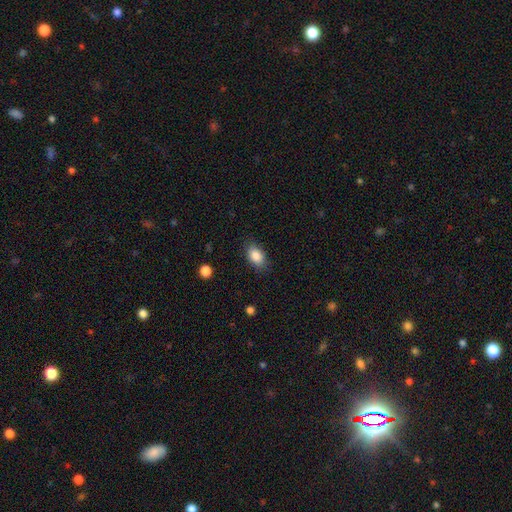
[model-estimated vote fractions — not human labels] A smooth galaxy with no disk features (87%) that is in between round and cigar-shaped (86%).

Vote fractions:
- Smooth or featured? smooth: 87% / star or artifact: 8% / featured or disk: 5%
- How rounded? in between: 86% / round: 12% / cigar-shaped: 2%
- Merging? none: 82% / minor disturbance: 13% / major disturbance: 3% / merger: 1%